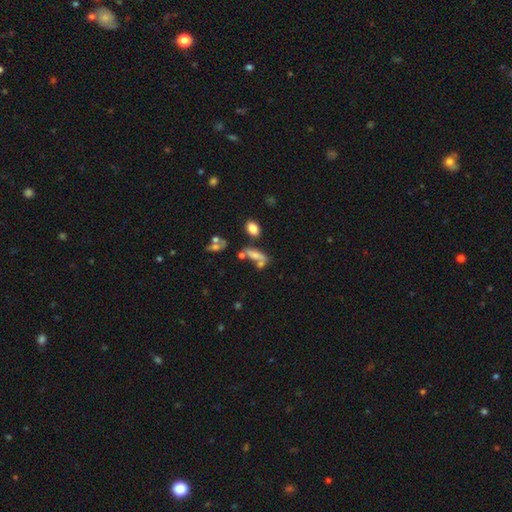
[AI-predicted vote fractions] The model was most divided on "merging" (2-way tie): merger: 35%, none: 35%, minor disturbance: 16%, major disturbance: 14%. More confident: how rounded — in between (61%); smooth or featured — smooth (59%).